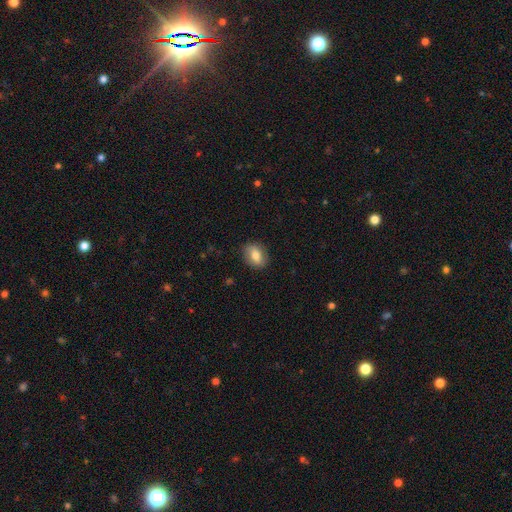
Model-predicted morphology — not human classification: This appears to be a smooth galaxy with no disk features (75%) that is in between round and cigar-shaped (66%). Merging: none (85%).